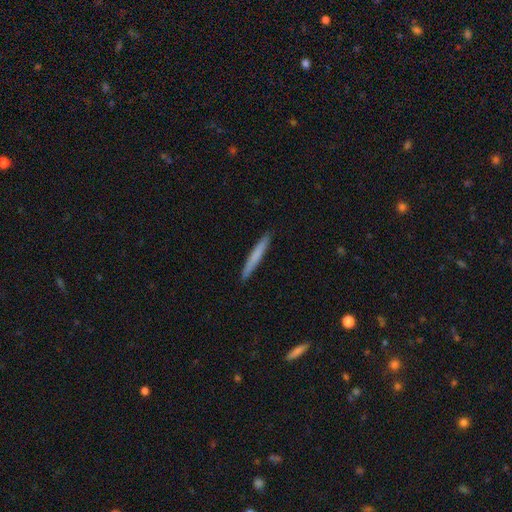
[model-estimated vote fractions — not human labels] The model was most divided on "smooth or featured": smooth: 70%, featured or disk: 24%, star or artifact: 6%. More confident: how rounded — cigar-shaped (96%); merging — none (91%).